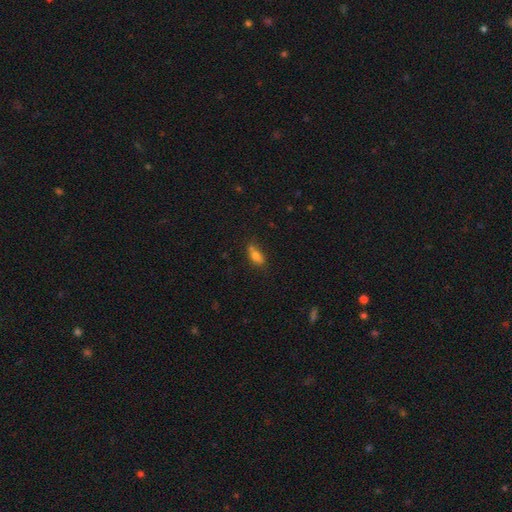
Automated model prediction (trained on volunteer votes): The model was most divided on "merging": none: 58%, minor disturbance: 24%, merger: 12%, major disturbance: 7%. More confident: how rounded — in between (79%); smooth or featured — smooth (75%).